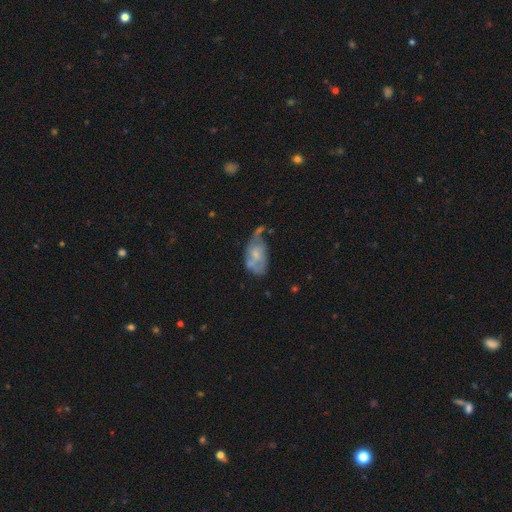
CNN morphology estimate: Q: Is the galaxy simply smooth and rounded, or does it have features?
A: featured or disk — 58%.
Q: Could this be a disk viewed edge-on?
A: no — 95%.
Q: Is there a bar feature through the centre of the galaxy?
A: no — 74%.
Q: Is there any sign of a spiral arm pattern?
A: yes — 54%.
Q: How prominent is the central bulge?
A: small — 57%.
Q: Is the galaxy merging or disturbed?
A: none — 33%.